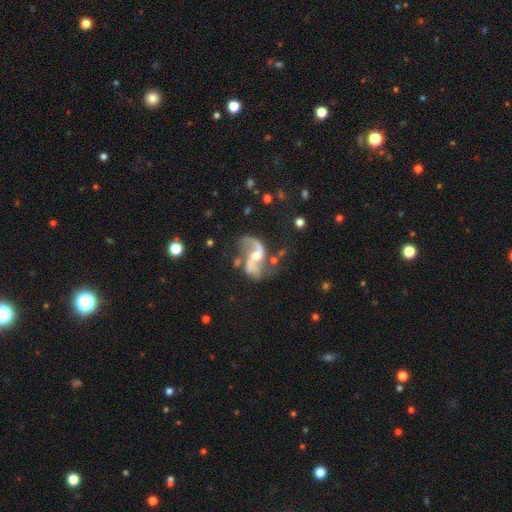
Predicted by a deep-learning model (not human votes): smooth_or_featured: featured or disk (p=0.88) [alt: smooth p=0.06]
disk_edge_on: no (p=0.98) [alt: yes p=0.02]
bar: no (p=0.49) [alt: weak p=0.37]
has_spiral_arms: yes (p=0.95) [alt: no p=0.05]
spiral_winding: loose (p=0.77) [alt: medium p=0.20]
spiral_arm_count: 2 (p=0.89) [alt: 1 p=0.06]
bulge_size: moderate (p=0.49) [alt: small p=0.38]
merging: none (p=0.51) [alt: minor disturbance p=0.19]